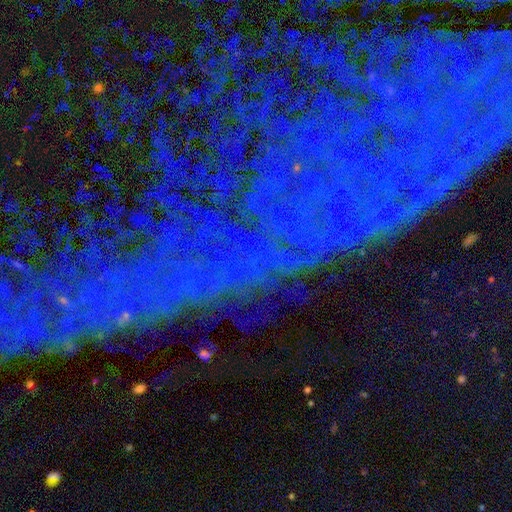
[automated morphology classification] Overall: star or artifact (79%).